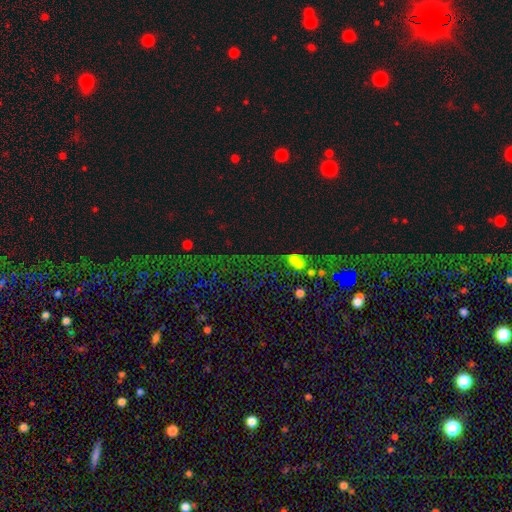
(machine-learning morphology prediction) A star or artifact, not a galaxy (79%).